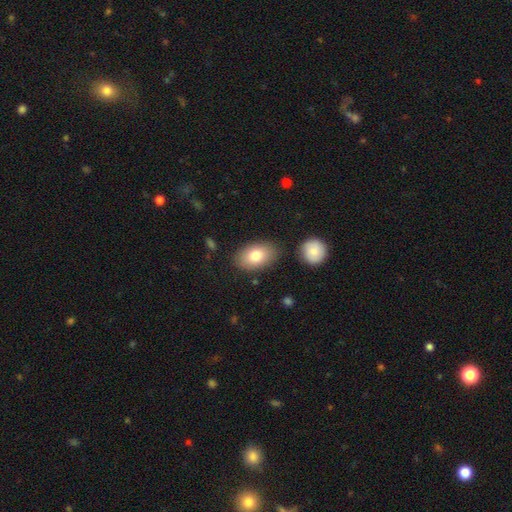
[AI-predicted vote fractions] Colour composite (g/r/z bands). It shows a smooth galaxy with no disk features (79%) that is in between round and cigar-shaped (88%). Merging: none (82%).